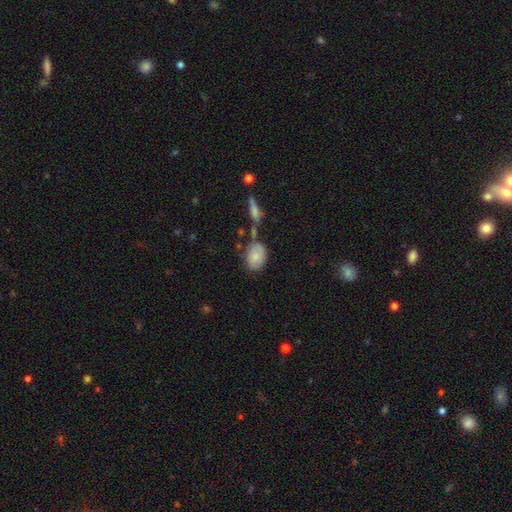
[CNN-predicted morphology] The model was most divided on "merging": none: 57%, minor disturbance: 21%, merger: 15%, major disturbance: 6%. More confident: smooth or featured — smooth (78%); how rounded — in between (78%).